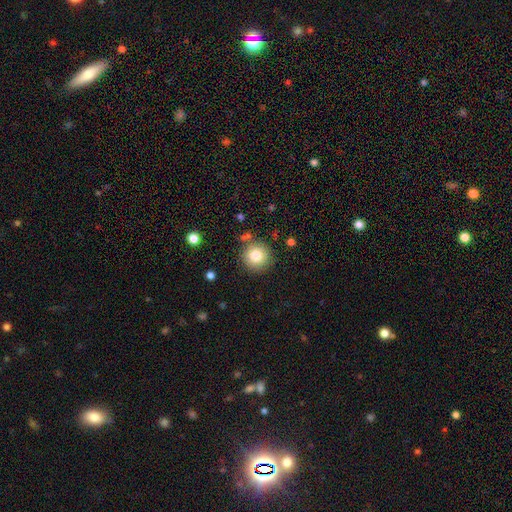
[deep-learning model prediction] smooth 79%, star or artifact 11%, featured or disk 10%. Down the decision tree: how rounded — round (95%); merging — none (84%).